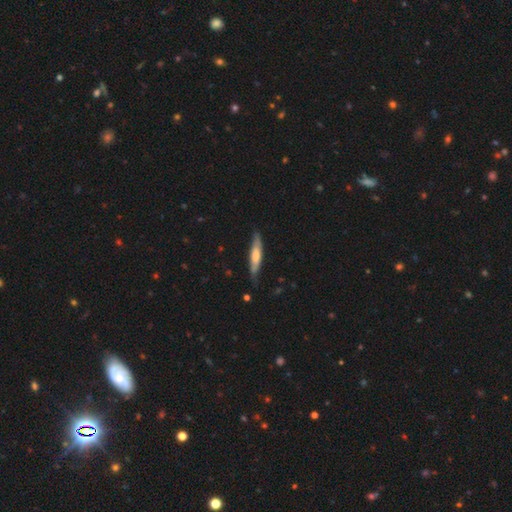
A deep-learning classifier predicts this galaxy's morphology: Smooth or featured?
  - smooth: 49% *
  - featured or disk: 46%
  - star or artifact: 6%
Merging?
  - none: 76% *
  - minor disturbance: 19%
  - major disturbance: 3%
  - merger: 1%